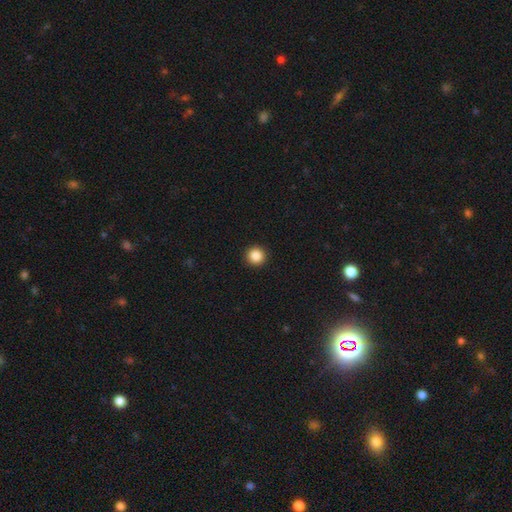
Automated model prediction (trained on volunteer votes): This is clearly a smooth galaxy (87%). How rounded: clearly round (96%). Merging: clearly none (94%).